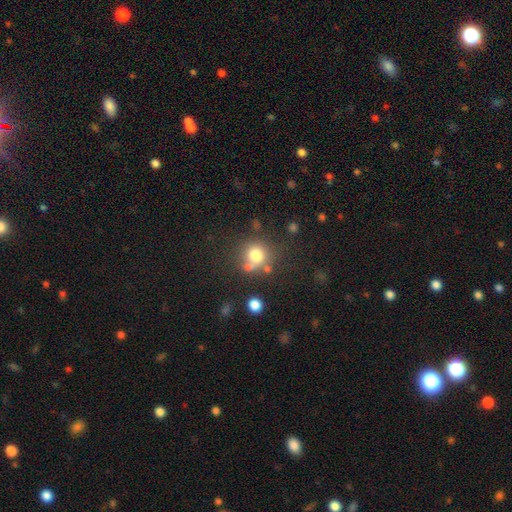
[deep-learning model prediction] Smooth or featured? smooth (75%)
How rounded? round (86%)
Merging? none (57%)